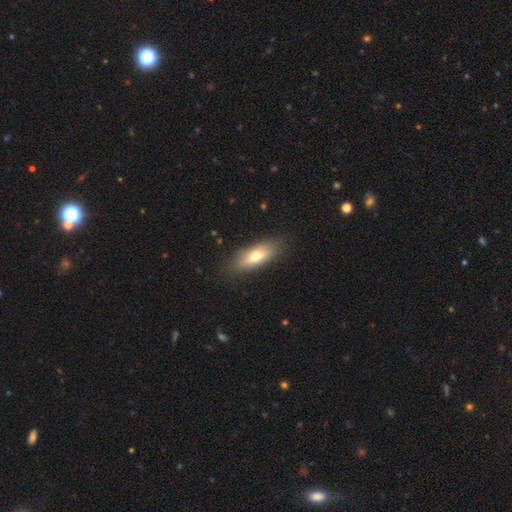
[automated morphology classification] Smooth or featured? smooth (67%)
How rounded? in between (72%)
Merging? none (83%)